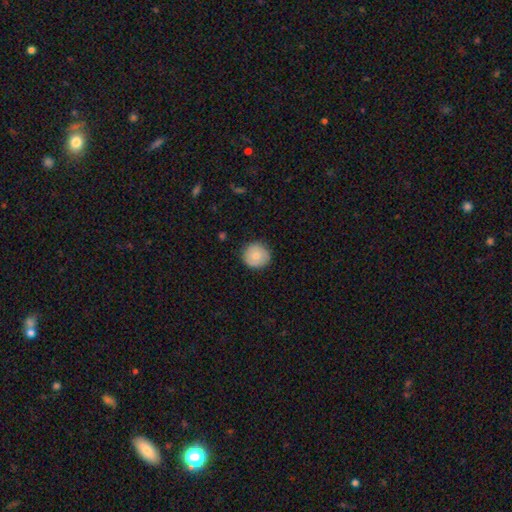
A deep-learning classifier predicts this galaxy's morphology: Overall: smooth (76%). How rounded: round (92%). Merging: none (86%).